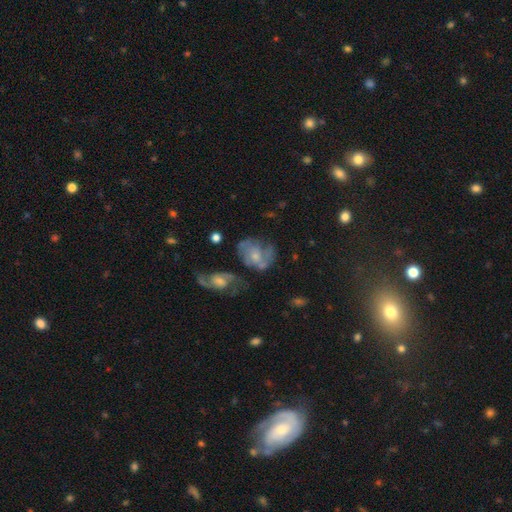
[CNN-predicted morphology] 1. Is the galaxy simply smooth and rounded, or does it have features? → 61% featured or disk, 30% smooth, 9% star or artifact.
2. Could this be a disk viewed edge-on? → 96% no, 4% yes.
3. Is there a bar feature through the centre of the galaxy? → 72% no, 24% weak, 4% strong.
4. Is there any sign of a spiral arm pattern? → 70% yes, 30% no.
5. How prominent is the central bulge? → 47% small, 38% moderate, 10% none, 4% large, 1% dominant.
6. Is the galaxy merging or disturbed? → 39% none, 23% minor disturbance, 22% major disturbance, 16% merger.